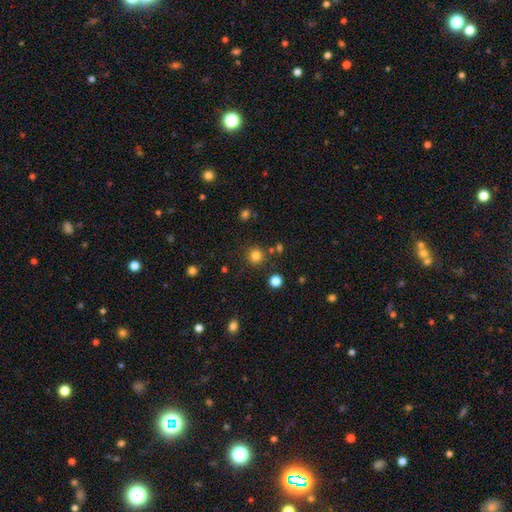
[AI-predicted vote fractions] A smooth galaxy with no disk features (81%) that is round (94%).

Vote fractions:
- Smooth or featured? smooth: 81% / star or artifact: 14% / featured or disk: 5%
- How rounded? round: 94% / in between: 5% / cigar-shaped: 1%
- Merging? none: 86% / minor disturbance: 7% / merger: 4% / major disturbance: 3%